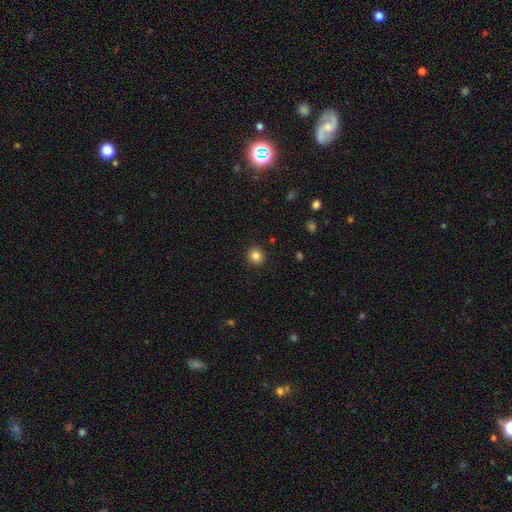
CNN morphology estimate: Smooth or featured? Predicted: smooth (p=0.84). How rounded? Predicted: round (p=0.86). Merging? Predicted: none (p=0.91).